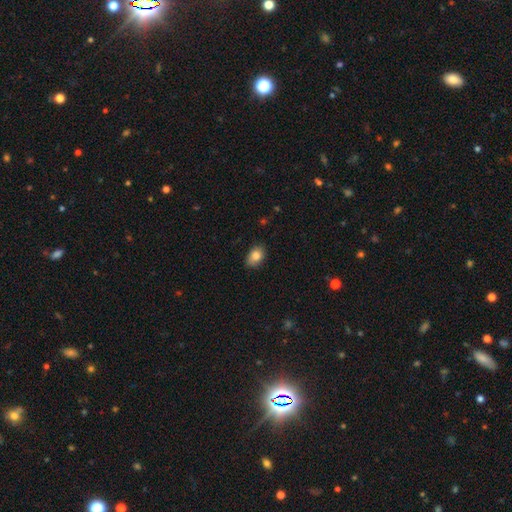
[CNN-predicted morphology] smooth-or-featured: smooth: 83% | featured or disk: 9% | star or artifact: 8%
  how-rounded: in between: 75% | round: 24% | cigar-shaped: 1%
  merging: none: 75% | minor disturbance: 20% | major disturbance: 3% | merger: 1%